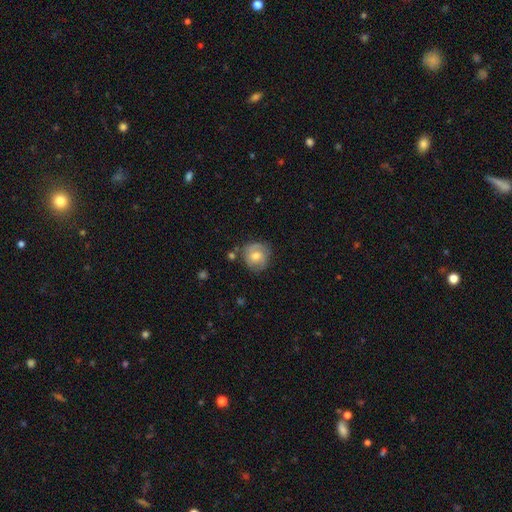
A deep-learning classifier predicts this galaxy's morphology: This appears to be a featured or disk galaxy (55%) with no bar (60%), spiral arms (83%) and a moderate central bulge (69%). Merging: none (71%).